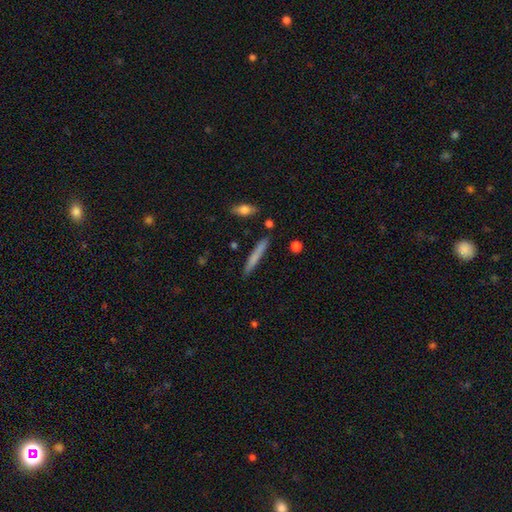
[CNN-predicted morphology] smooth_or_featured: smooth (p=0.69) [alt: featured or disk p=0.25]
how_rounded: cigar-shaped (p=0.95) [alt: in between p=0.03]
merging: none (p=0.88) [alt: minor disturbance p=0.08]